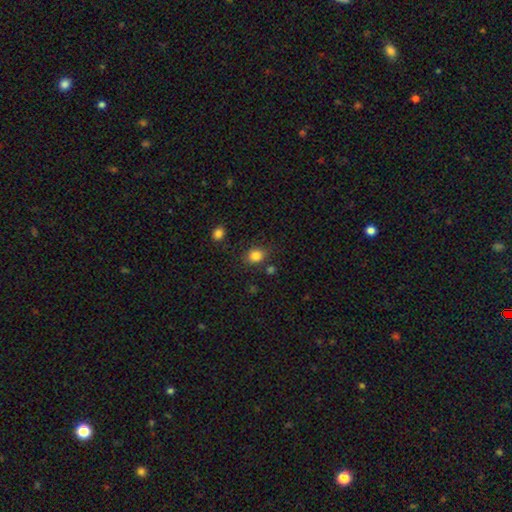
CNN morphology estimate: smooth_or_featured: smooth (p=0.84) [alt: star or artifact p=0.11]
how_rounded: round (p=0.58) [alt: in between p=0.41]
merging: none (p=0.79) [alt: minor disturbance p=0.13]